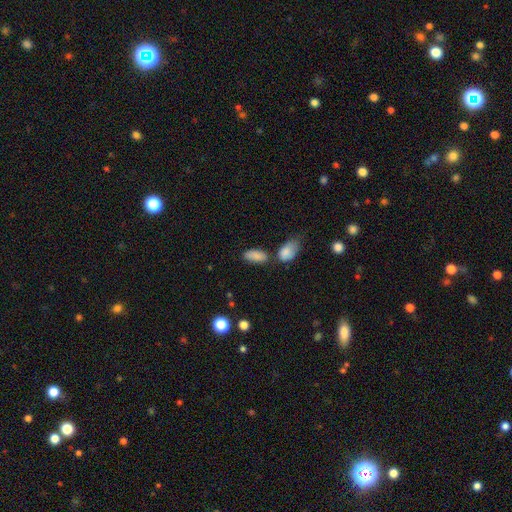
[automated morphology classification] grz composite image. It shows a smooth galaxy with no disk features (86%) that is in between round and cigar-shaped (90%). Merging: none (58%).